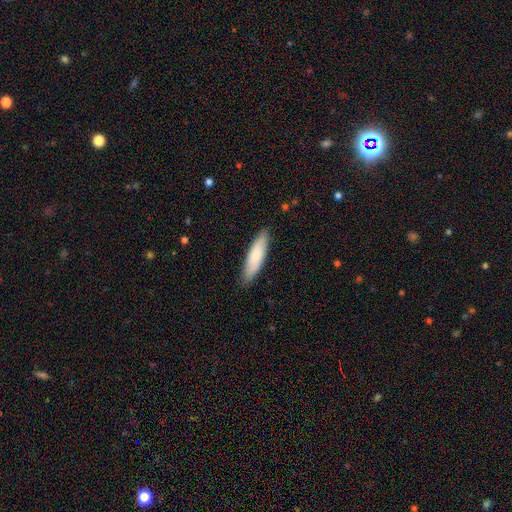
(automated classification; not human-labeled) This is clearly a smooth galaxy (80%). How rounded: likely cigar-shaped (68%). Merging: clearly none (87%).